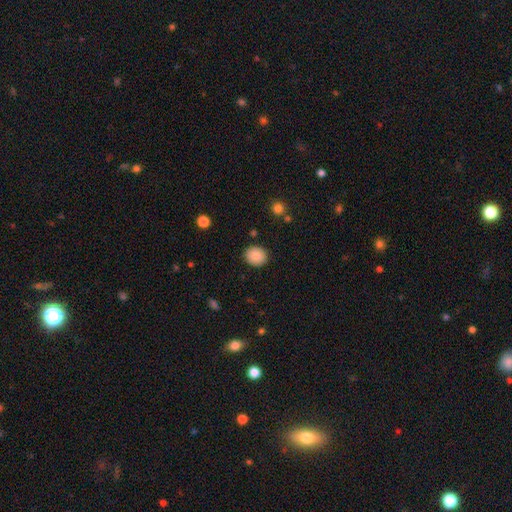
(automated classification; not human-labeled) Q: Smooth or featured?
A: smooth (88%); runner-up: star or artifact (8%)
Q: How rounded?
A: round (73%); runner-up: in between (27%)
Q: Merging?
A: none (89%); runner-up: minor disturbance (8%)